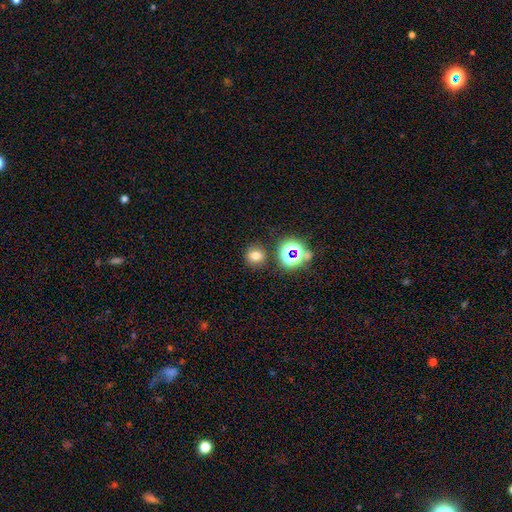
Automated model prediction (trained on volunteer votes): Smooth or featured? smooth (69%)
How rounded? round (78%)
Merging? none (83%)